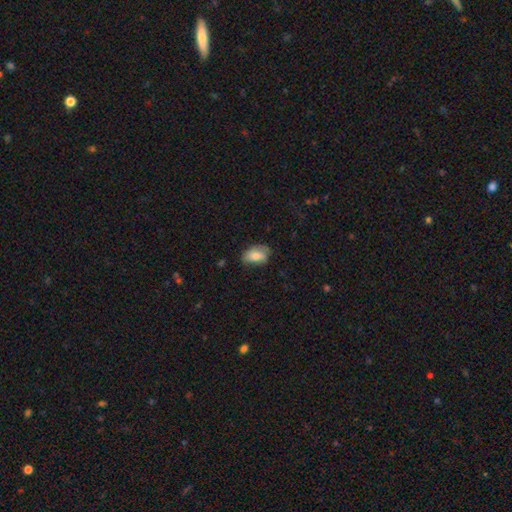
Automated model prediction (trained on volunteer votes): This is likely a smooth galaxy (76%). How rounded: clearly in between (89%). Merging: possibly none (59%).